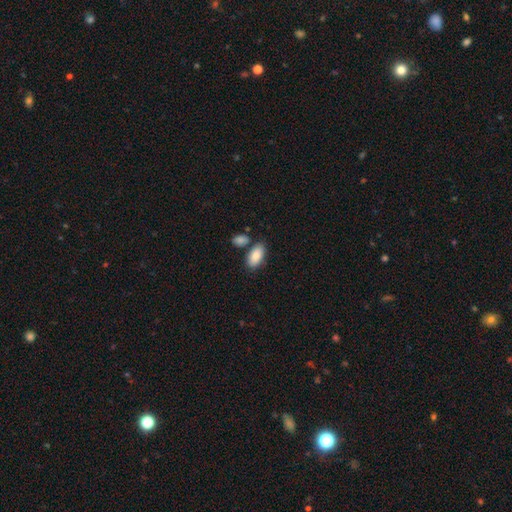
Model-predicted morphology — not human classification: A smooth galaxy with no disk features (87%) that is in between round and cigar-shaped (94%). Merging: none (72%).